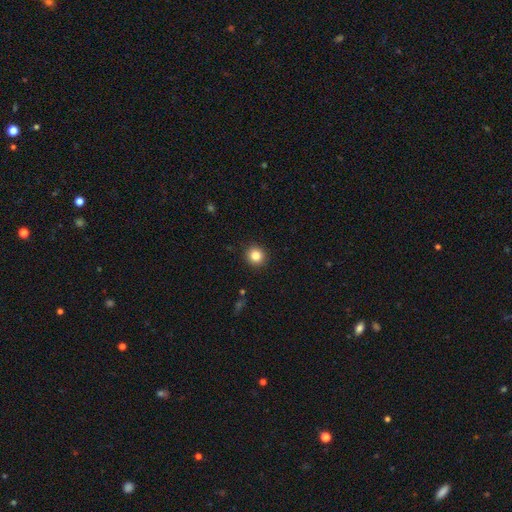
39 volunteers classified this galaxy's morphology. Smooth or featured? 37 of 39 (95%) said smooth. How rounded? 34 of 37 (92%) said round. Merging? 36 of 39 (92%) said none.